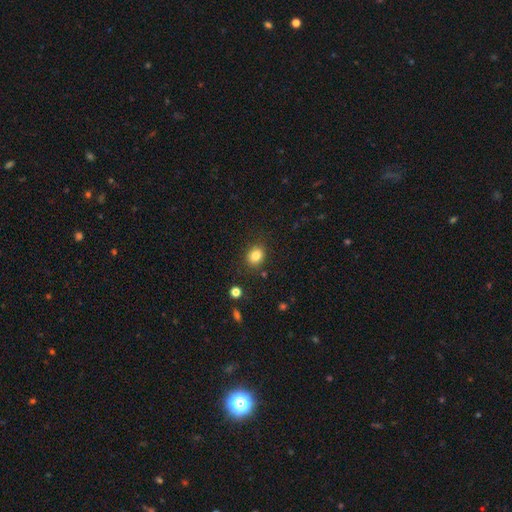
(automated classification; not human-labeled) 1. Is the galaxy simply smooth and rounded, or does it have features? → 83% smooth, 11% star or artifact, 7% featured or disk.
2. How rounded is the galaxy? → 53% round, 46% in between, 1% cigar-shaped.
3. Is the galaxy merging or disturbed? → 85% none, 10% minor disturbance, 3% major disturbance, 2% merger.